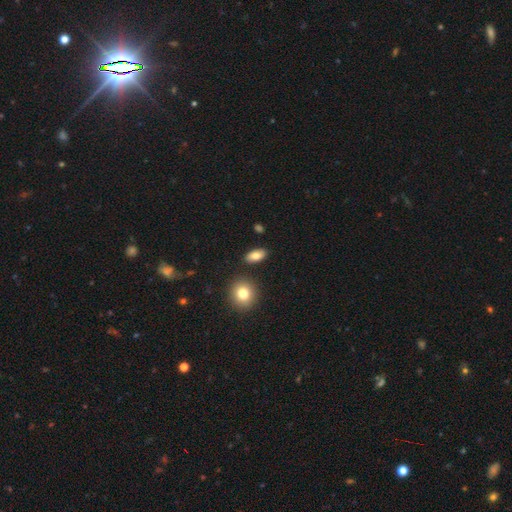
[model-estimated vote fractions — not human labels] Q: Smooth or featured?
A: smooth (83%); runner-up: featured or disk (9%)
Q: How rounded?
A: in between (89%); runner-up: round (6%)
Q: Merging?
A: none (86%); runner-up: minor disturbance (9%)